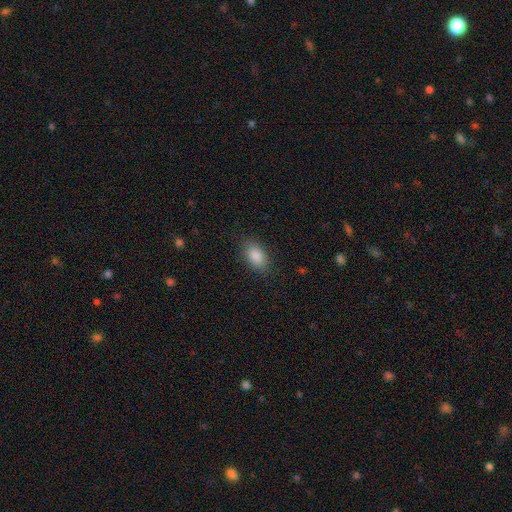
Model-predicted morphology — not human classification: A smooth galaxy with no disk features (87%) that is in between round and cigar-shaped (90%). Merging: none (85%).